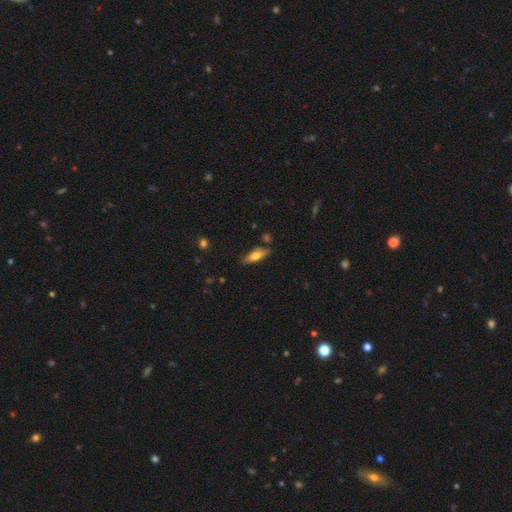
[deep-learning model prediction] The model was most divided on "how rounded": in between: 55%, cigar-shaped: 43%, round: 3%. More confident: merging — none (76%); smooth or featured — smooth (62%).